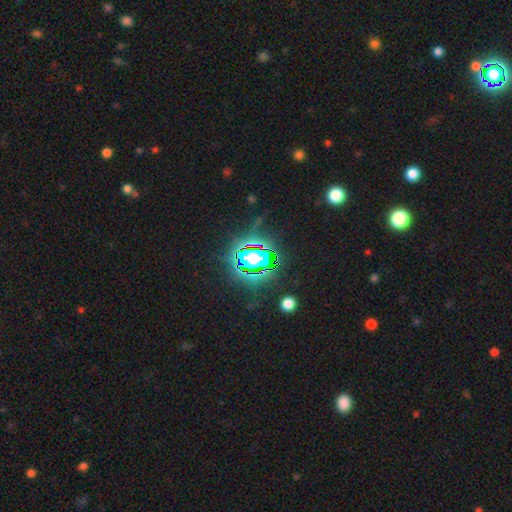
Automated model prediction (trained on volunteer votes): star or artifact 75%, smooth 14%, featured or disk 11%.